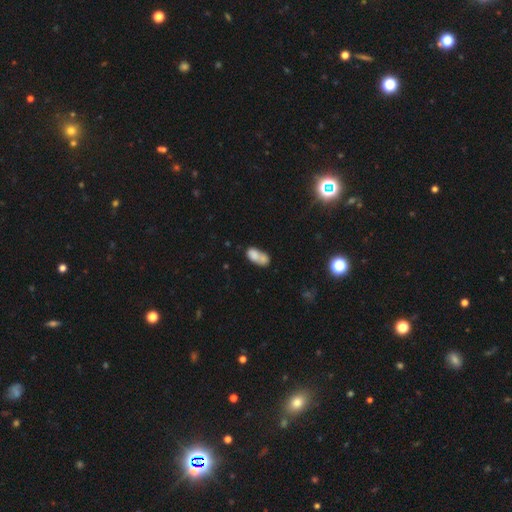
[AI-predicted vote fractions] This appears to be a smooth galaxy with no disk features (74%) that is in between round and cigar-shaped (85%). Merging: merger (60%).